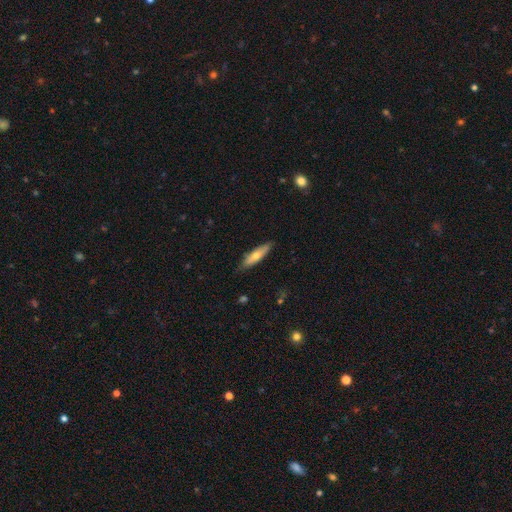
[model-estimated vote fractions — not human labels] The model was most divided on "smooth or featured": smooth: 60%, featured or disk: 34%, star or artifact: 6%. More confident: merging — none (83%); how rounded — cigar-shaped (69%).